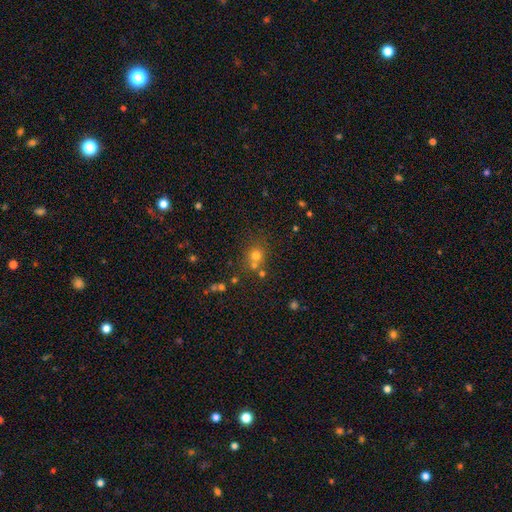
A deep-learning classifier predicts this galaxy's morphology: smooth-or-featured: smooth: 68% | star or artifact: 21% | featured or disk: 10%
  how-rounded: round: 87% | in between: 12% | cigar-shaped: 1%
  merging: none: 62% | merger: 25% | minor disturbance: 9% | major disturbance: 4%